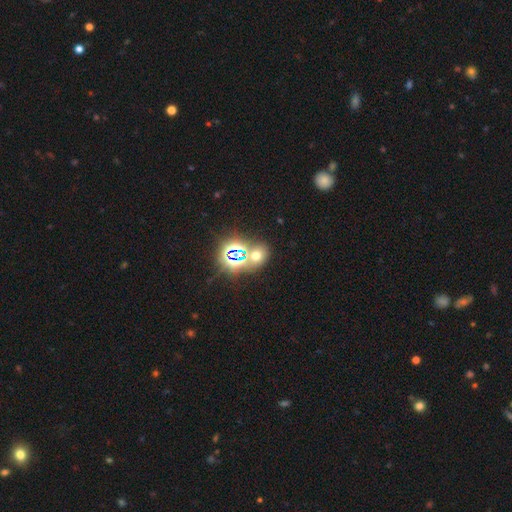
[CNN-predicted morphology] star or artifact 46%, smooth 44%, featured or disk 10%.